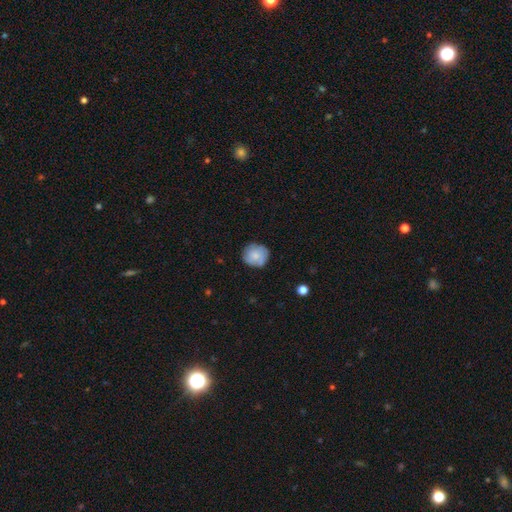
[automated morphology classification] Q: Smooth or featured?
A: smooth (71%); runner-up: featured or disk (22%)
Q: How rounded?
A: round (85%); runner-up: in between (14%)
Q: Merging?
A: none (73%); runner-up: minor disturbance (20%)